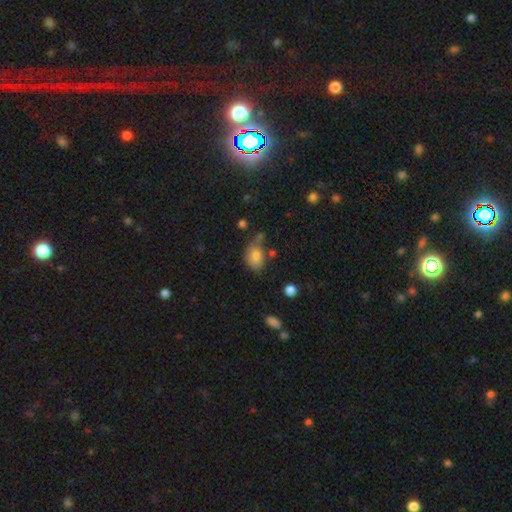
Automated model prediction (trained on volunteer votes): Smooth or featured? Predicted: smooth (p=0.79). How rounded? Predicted: in between (p=0.76). Merging? Predicted: none (p=0.50).